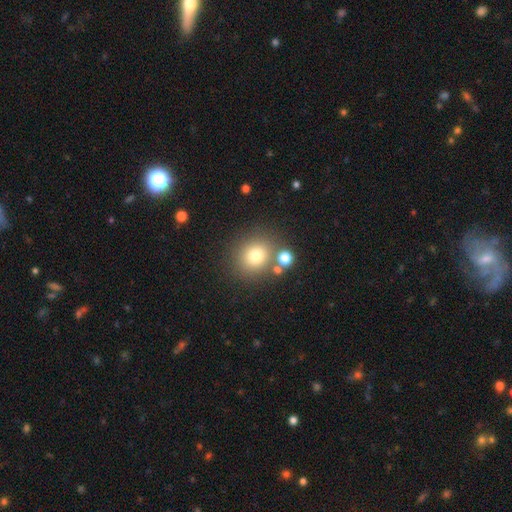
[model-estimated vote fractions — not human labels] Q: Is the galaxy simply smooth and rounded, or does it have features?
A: smooth — 75%.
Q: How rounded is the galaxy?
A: round — 80%.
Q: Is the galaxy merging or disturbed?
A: none — 74%.